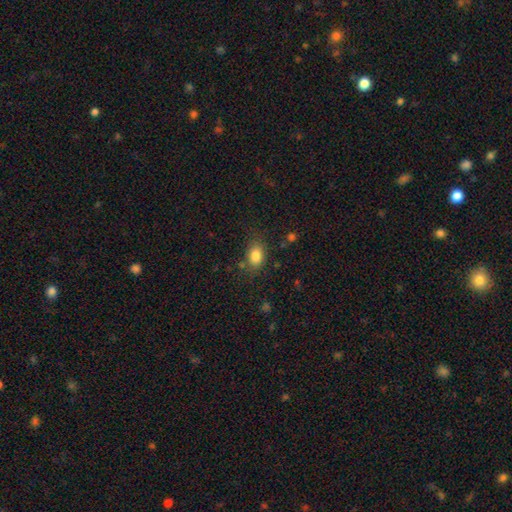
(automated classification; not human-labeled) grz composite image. It shows a smooth galaxy with no disk features (83%) that is in between round and cigar-shaped (81%). Merging: none (73%).